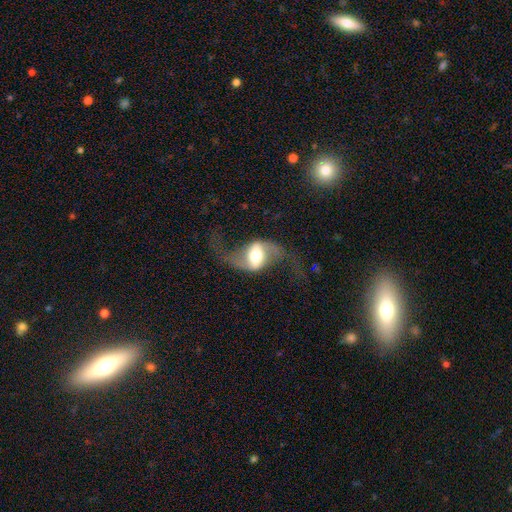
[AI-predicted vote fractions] A featured or disk galaxy (84%) with a strong bar (50%), 2 (94%) loose (86%) spiral arms (92%) and a moderate central bulge (45%).

Vote fractions:
- Smooth or featured? featured or disk: 84% / smooth: 10% / star or artifact: 5%
- Edge-on disk? no: 93% / yes: 7%
- Bar? strong: 50% / weak: 32% / no: 18%
- Spiral arms? yes: 92% / no: 8%
- Spiral winding? loose: 86% / medium: 11% / tight: 3%
- Spiral arm count? 2: 94% / 1: 2% / can't tell: 2% / 3: 1% / 4: 1% / more than 4: 1%
- Bulge size? moderate: 45% / large: 34% / dominant: 10% / small: 9% / none: 2%
- Merging? none: 63% / major disturbance: 21% / minor disturbance: 14% / merger: 2%